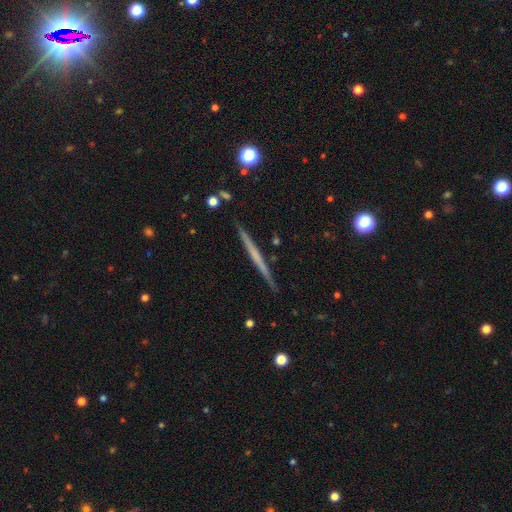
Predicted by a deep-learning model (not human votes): smooth-or-featured: featured or disk: 56% | smooth: 38% | star or artifact: 6%
  disk-edge-on: yes: 98% | no: 2%
    edge-on-bulge: none: 87% | rounded: 9% | boxy: 4%
  merging: none: 91% | minor disturbance: 6% | merger: 1% | major disturbance: 1%